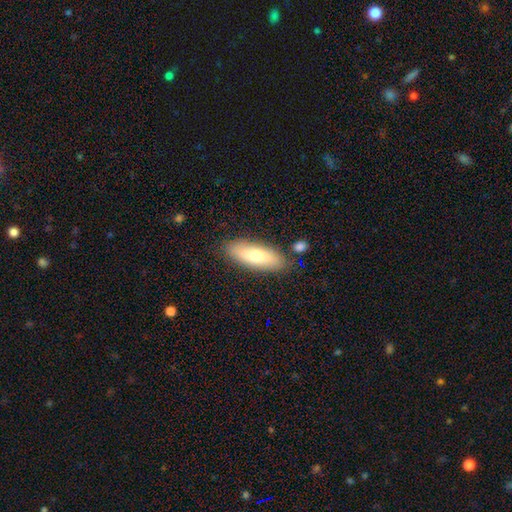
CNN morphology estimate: smooth 67%, featured or disk 26%, star or artifact 7%. Down the decision tree: how rounded — in between (61%); merging — none (85%).